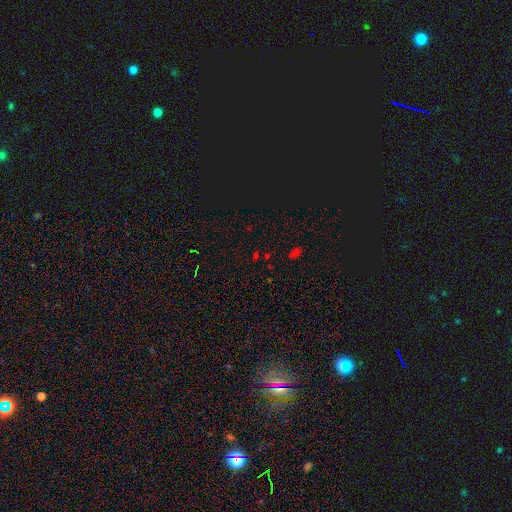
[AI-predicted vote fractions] A star or artifact, not a galaxy (61%).

Vote fractions:
- Smooth or featured? star or artifact: 61% / smooth: 31% / featured or disk: 8%